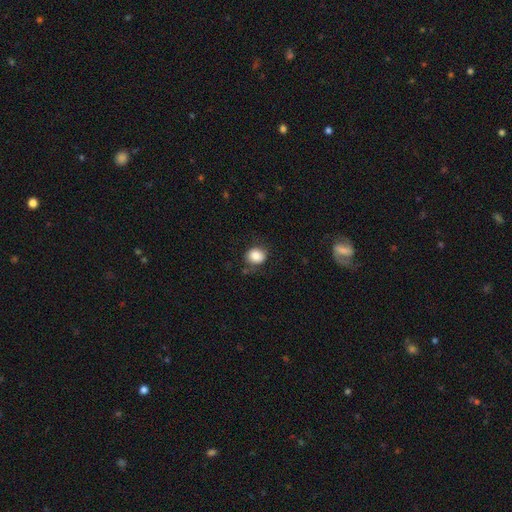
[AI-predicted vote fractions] smooth-or-featured: smooth: 83% | star or artifact: 9% | featured or disk: 8%
  how-rounded: round: 67% | in between: 32% | cigar-shaped: 1%
  merging: none: 75% | minor disturbance: 17% | major disturbance: 5% | merger: 2%